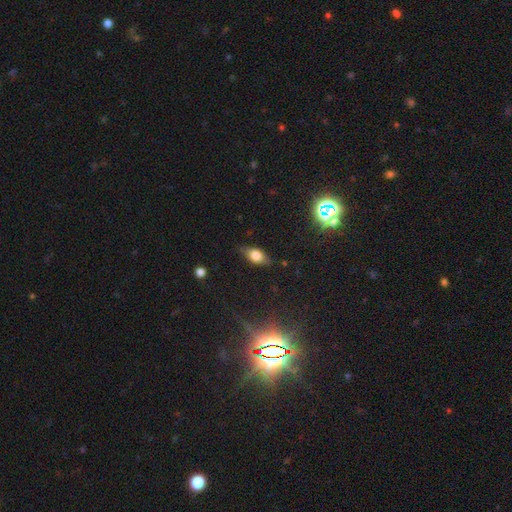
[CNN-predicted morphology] A smooth galaxy with no disk features (62%) that is in between round and cigar-shaped (78%).

Vote fractions:
- Smooth or featured? smooth: 62% / featured or disk: 27% / star or artifact: 11%
- How rounded? in between: 78% / cigar-shaped: 11% / round: 10%
- Merging? none: 76% / minor disturbance: 18% / major disturbance: 4% / merger: 1%